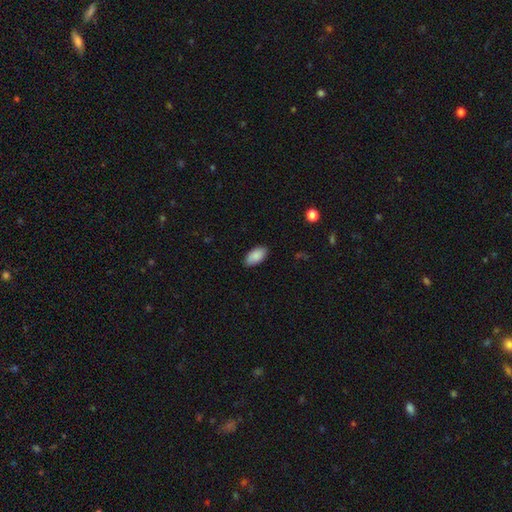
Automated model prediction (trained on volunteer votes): Q: Smooth or featured?
A: smooth (89%); runner-up: star or artifact (7%)
Q: How rounded?
A: in between (95%); runner-up: cigar-shaped (3%)
Q: Merging?
A: none (87%); runner-up: minor disturbance (10%)